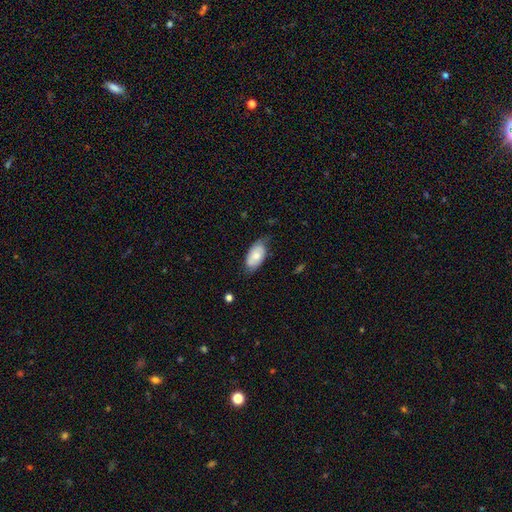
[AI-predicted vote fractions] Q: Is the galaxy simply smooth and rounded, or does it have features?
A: smooth — 67%.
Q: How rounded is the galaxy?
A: in between — 94%.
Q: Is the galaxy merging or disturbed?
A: none — 61%.